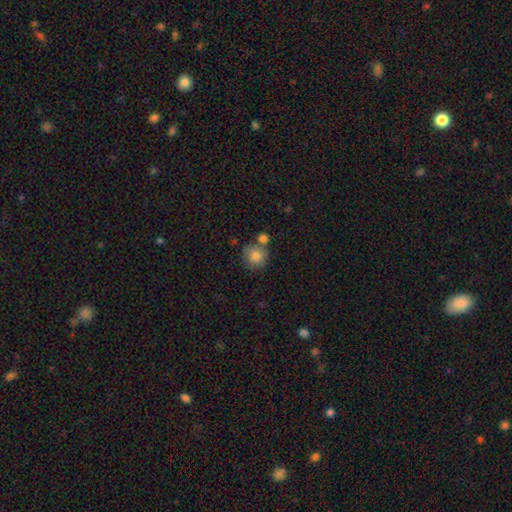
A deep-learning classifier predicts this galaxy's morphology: smooth-or-featured: smooth: 83% | star or artifact: 9% | featured or disk: 8%
  how-rounded: round: 88% | in between: 11% | cigar-shaped: 1%
  merging: none: 60% | merger: 22% | minor disturbance: 13% | major disturbance: 4%